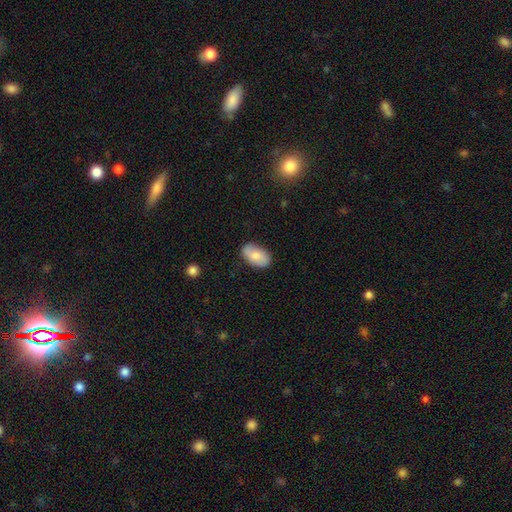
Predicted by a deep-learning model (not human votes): Overall: smooth (78%). How rounded: in between (93%). Merging: none (80%).